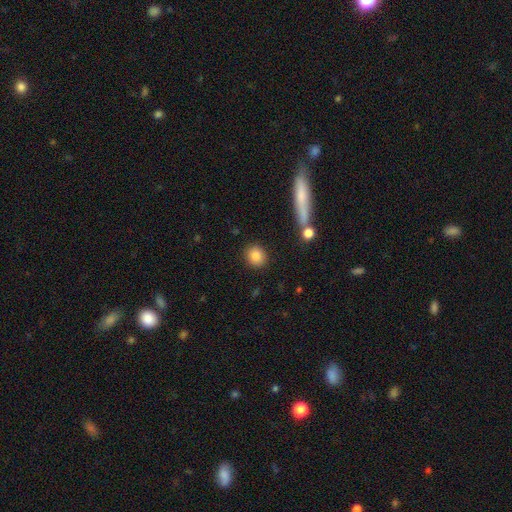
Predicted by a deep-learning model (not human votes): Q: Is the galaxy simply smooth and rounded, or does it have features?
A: smooth — 86%.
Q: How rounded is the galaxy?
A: round — 76%.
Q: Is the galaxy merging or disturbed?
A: none — 87%.